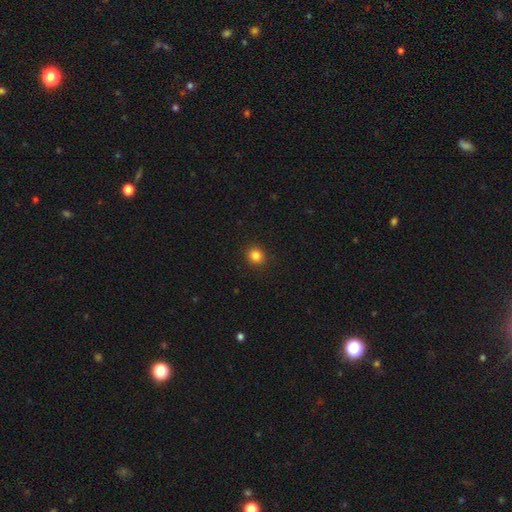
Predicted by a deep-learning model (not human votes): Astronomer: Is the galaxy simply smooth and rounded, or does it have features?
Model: smooth — 84%.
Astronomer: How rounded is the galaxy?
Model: round — 86%.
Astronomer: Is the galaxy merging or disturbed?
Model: none — 91%.